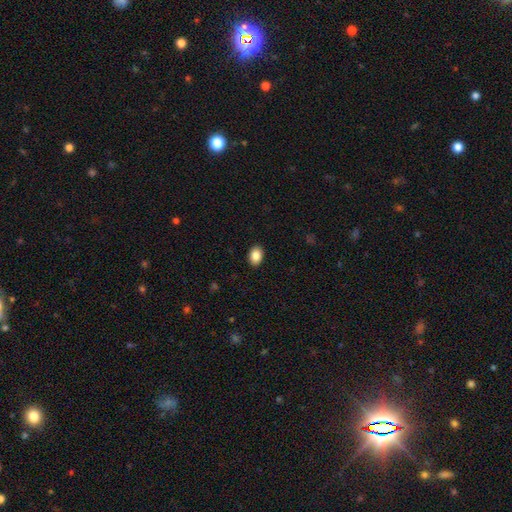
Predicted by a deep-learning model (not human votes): smooth 87%, star or artifact 8%, featured or disk 5%. Down the decision tree: how rounded — in between (79%); merging — none (90%).